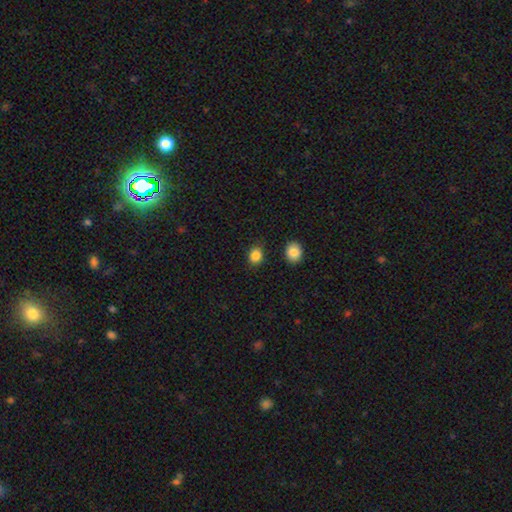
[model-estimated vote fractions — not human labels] Overall: smooth (86%). How rounded: round (62%; in between 37%). Merging: none (85%).